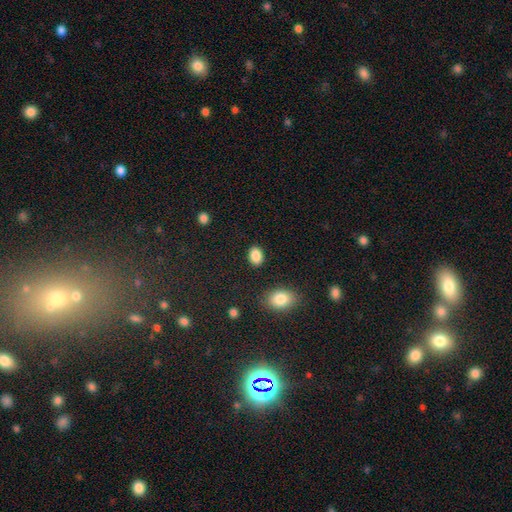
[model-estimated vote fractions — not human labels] Q: Smooth or featured?
A: smooth (88%); runner-up: star or artifact (8%)
Q: How rounded?
A: in between (75%); runner-up: round (24%)
Q: Merging?
A: none (87%); runner-up: minor disturbance (9%)